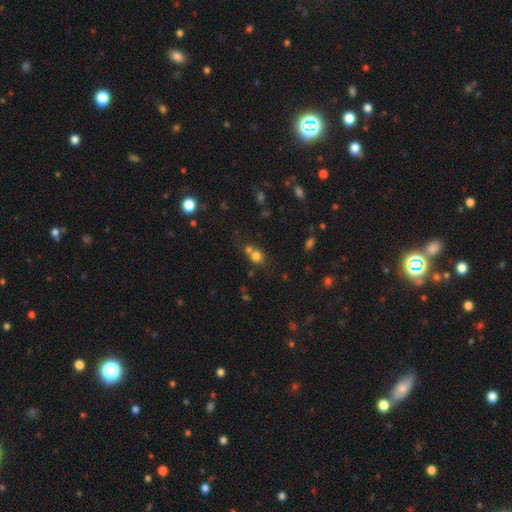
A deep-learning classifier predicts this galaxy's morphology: A smooth galaxy with no disk features (74%) that is round (74%). Merging: merger (45%).